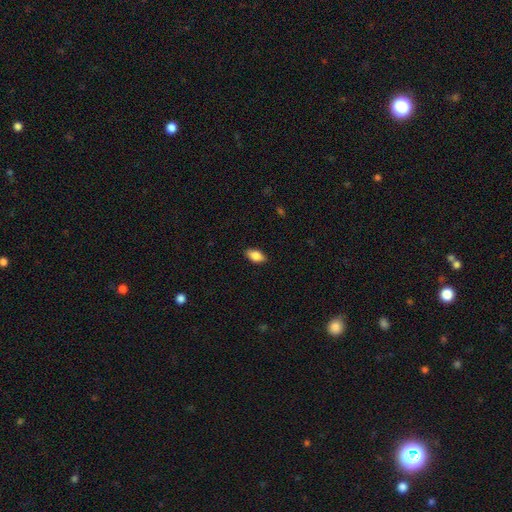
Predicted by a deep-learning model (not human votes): A smooth galaxy with no disk features (83%) that is in between round and cigar-shaped (90%).

Vote fractions:
- Smooth or featured? smooth: 83% / featured or disk: 10% / star or artifact: 7%
- How rounded? in between: 90% / cigar-shaped: 5% / round: 5%
- Merging? none: 87% / minor disturbance: 10% / major disturbance: 2% / merger: 1%